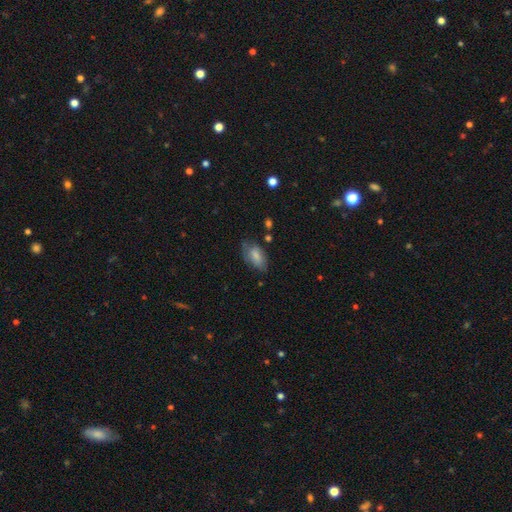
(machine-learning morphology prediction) This appears to be a smooth galaxy with no disk features (74%) that is in between round and cigar-shaped (90%). Merging: none (59%).